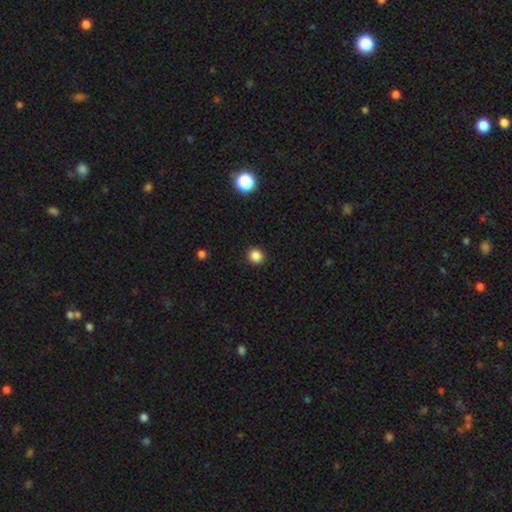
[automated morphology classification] type=smooth (85%); roundness=round (89%); merging=none (92%).